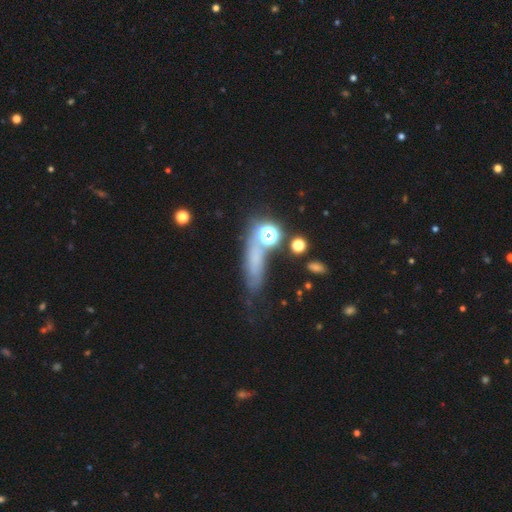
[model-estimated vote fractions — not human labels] smooth 51%, star or artifact 28%, featured or disk 21%. Down the decision tree: how rounded — cigar-shaped (54%); merging — none (50%).